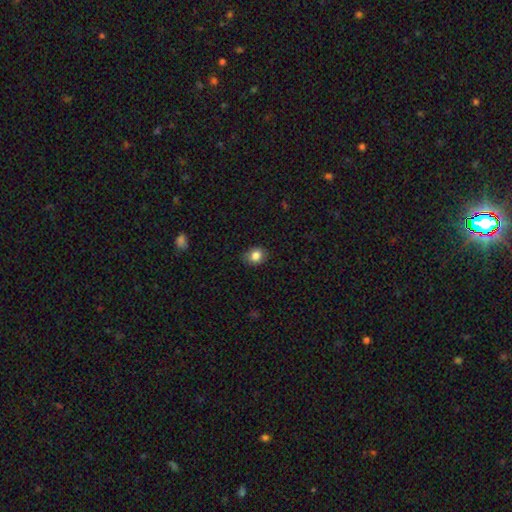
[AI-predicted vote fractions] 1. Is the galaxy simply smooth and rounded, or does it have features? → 84% smooth, 9% star or artifact, 7% featured or disk.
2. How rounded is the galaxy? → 52% round, 47% in between, 1% cigar-shaped.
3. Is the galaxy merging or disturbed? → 82% none, 14% minor disturbance, 3% major disturbance, 1% merger.